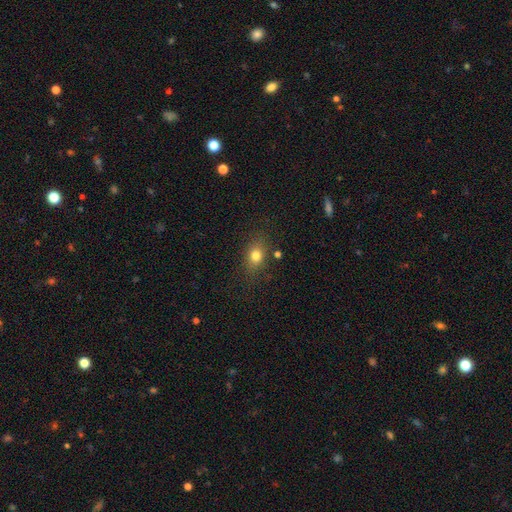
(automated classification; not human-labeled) Q: Smooth or featured?
A: smooth (78%); runner-up: star or artifact (12%)
Q: How rounded?
A: in between (65%); runner-up: round (32%)
Q: Merging?
A: none (78%); runner-up: minor disturbance (14%)